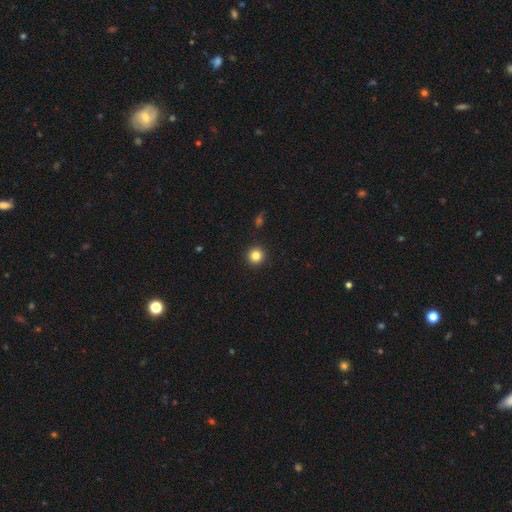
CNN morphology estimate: Overall: smooth (83%). How rounded: round (95%). Merging: none (93%).